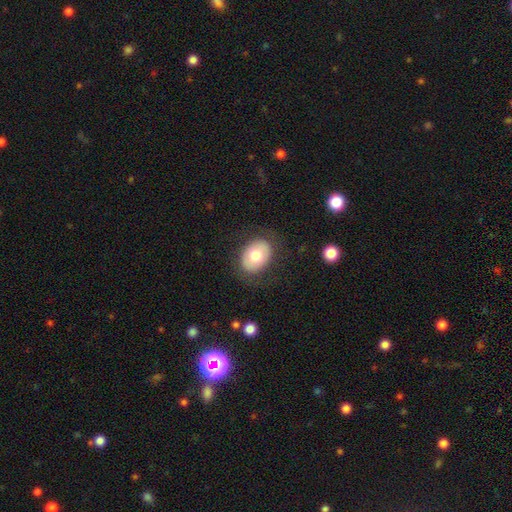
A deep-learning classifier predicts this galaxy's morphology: Smooth or featured? Predicted: smooth (p=0.71). How rounded? Predicted: in between (p=0.66). Merging? Predicted: none (p=0.82).